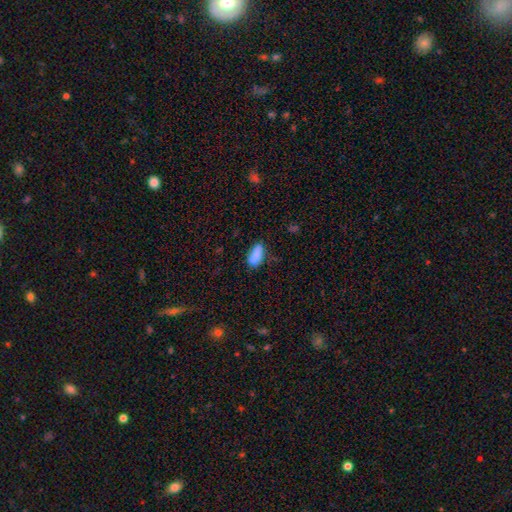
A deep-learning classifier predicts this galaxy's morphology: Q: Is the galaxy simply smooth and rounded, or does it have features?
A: smooth — 83%.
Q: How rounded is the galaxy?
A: in between — 85%.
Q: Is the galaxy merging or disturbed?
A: none — 57%.